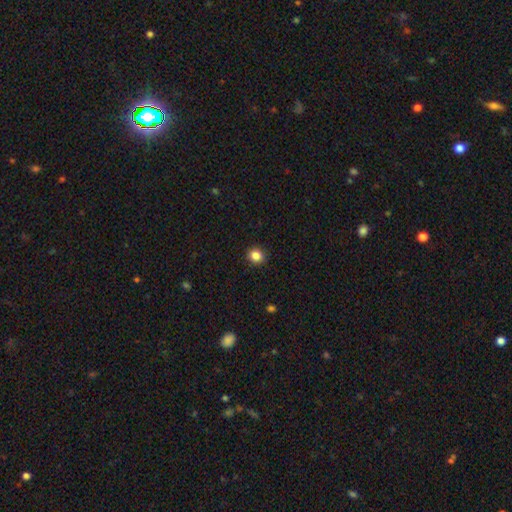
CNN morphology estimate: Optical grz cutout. It shows a smooth galaxy with no disk features (86%) that is round (84%). Merging: none (92%).